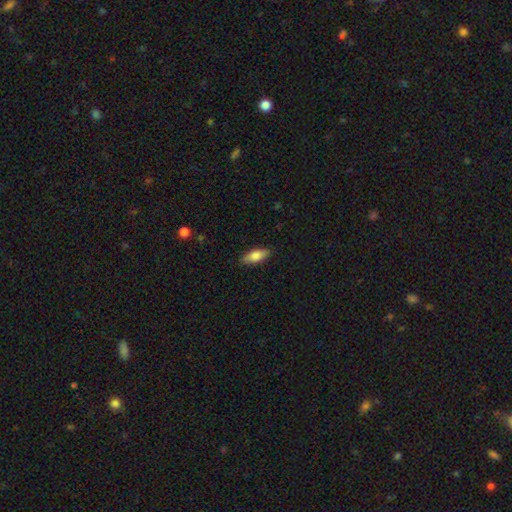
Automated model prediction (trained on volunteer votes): Q: Smooth or featured?
A: smooth (78%); runner-up: featured or disk (16%)
Q: How rounded?
A: in between (73%); runner-up: cigar-shaped (25%)
Q: Merging?
A: none (87%); runner-up: minor disturbance (10%)